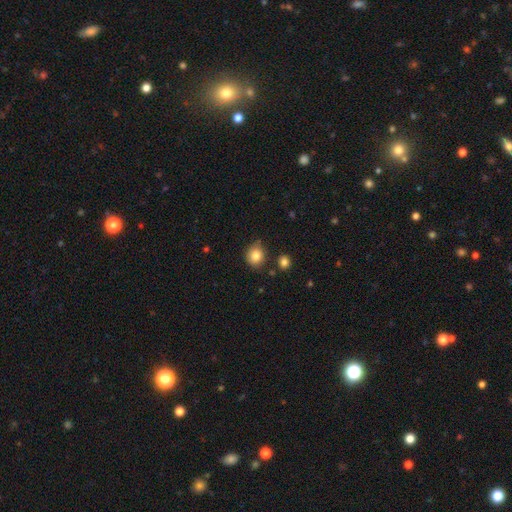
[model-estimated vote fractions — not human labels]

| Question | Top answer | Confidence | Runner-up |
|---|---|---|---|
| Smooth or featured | smooth | 84% | star or artifact (10%) |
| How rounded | round | 77% | in between (22%) |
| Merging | none | 79% | minor disturbance (14%) |